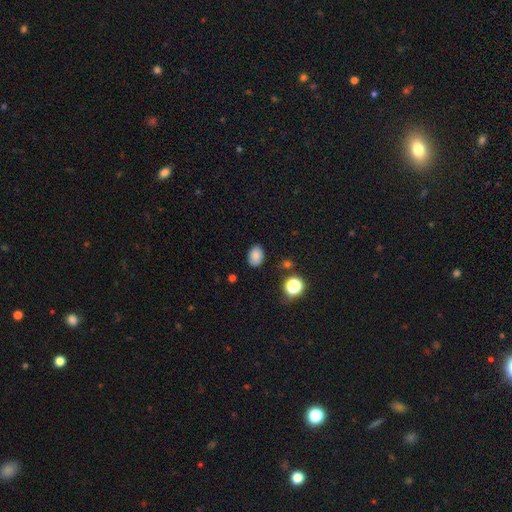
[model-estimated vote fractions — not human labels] A smooth galaxy with no disk features (82%) that is in between round and cigar-shaped (77%).

Vote fractions:
- Smooth or featured? smooth: 82% / star or artifact: 12% / featured or disk: 6%
- How rounded? in between: 77% / round: 22% / cigar-shaped: 1%
- Merging? none: 82% / minor disturbance: 13% / major disturbance: 3% / merger: 2%